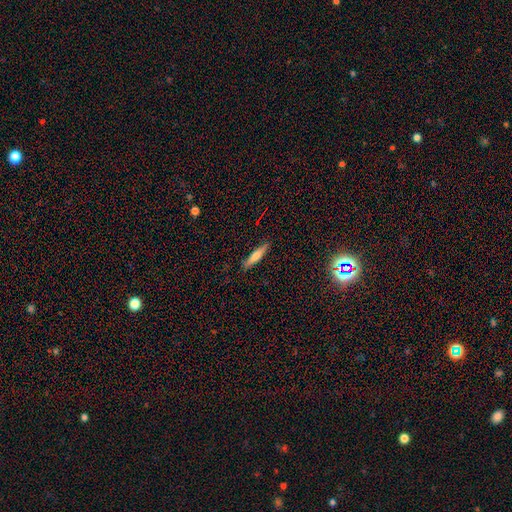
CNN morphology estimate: type=smooth (61%); roundness=cigar-shaped (85%); merging=none (87%).